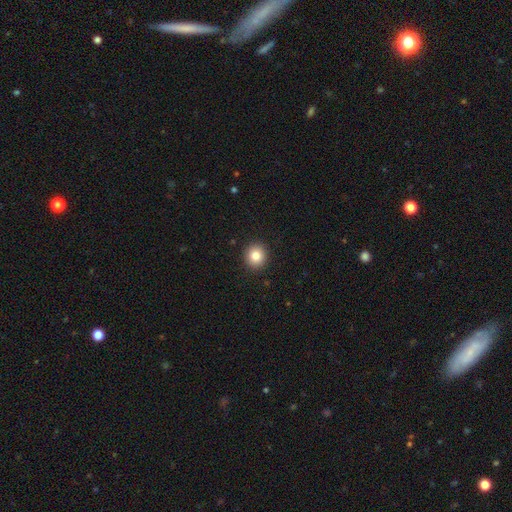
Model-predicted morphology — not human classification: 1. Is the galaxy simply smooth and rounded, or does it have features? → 84% smooth, 10% star or artifact, 6% featured or disk.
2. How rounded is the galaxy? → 87% round, 12% in between, 1% cigar-shaped.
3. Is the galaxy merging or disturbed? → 92% none, 5% minor disturbance, 2% major disturbance, 1% merger.